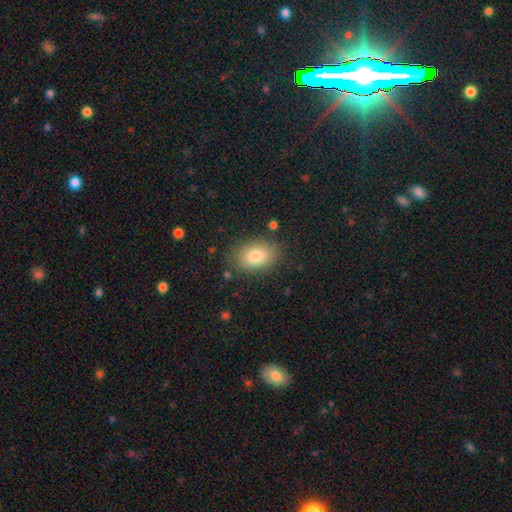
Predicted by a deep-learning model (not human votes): smooth-or-featured: smooth: 82% | featured or disk: 10% | star or artifact: 8%
  how-rounded: in between: 85% | round: 14% | cigar-shaped: 1%
  merging: none: 82% | minor disturbance: 12% | major disturbance: 4% | merger: 2%